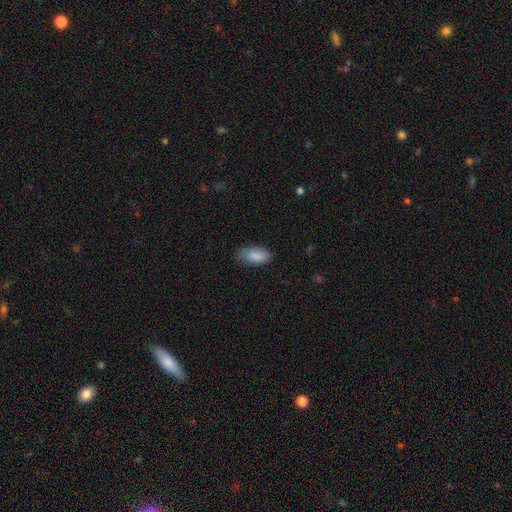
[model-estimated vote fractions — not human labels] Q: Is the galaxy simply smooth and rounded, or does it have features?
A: smooth — 88%.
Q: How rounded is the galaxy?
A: in between — 92%.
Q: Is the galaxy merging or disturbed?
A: none — 69%.